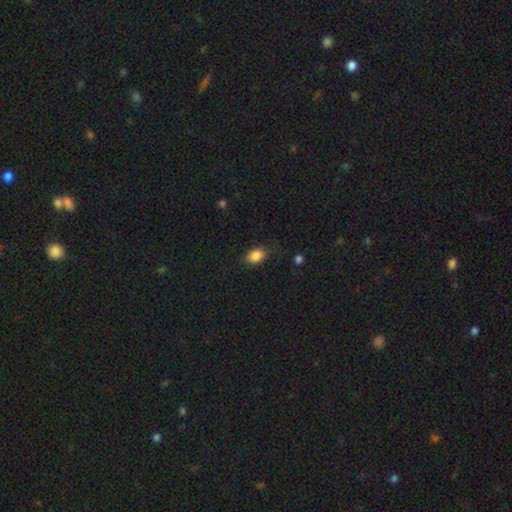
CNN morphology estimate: Overall: smooth (86%). How rounded: in between (77%). Merging: none (78%).